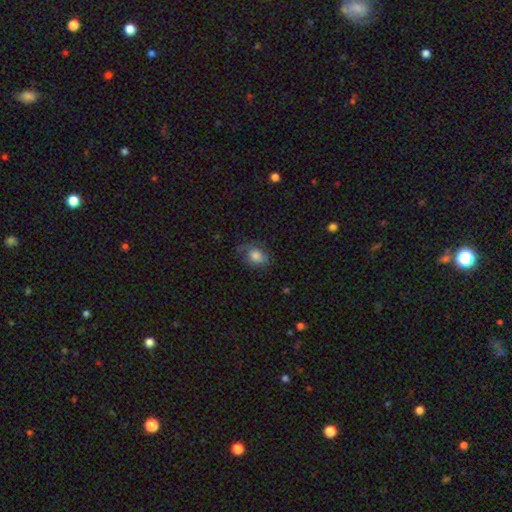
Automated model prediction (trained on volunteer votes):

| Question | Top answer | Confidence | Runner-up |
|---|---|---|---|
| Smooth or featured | smooth | 77% | featured or disk (14%) |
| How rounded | in between | 66% | round (32%) |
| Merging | none | 59% | minor disturbance (27%) |